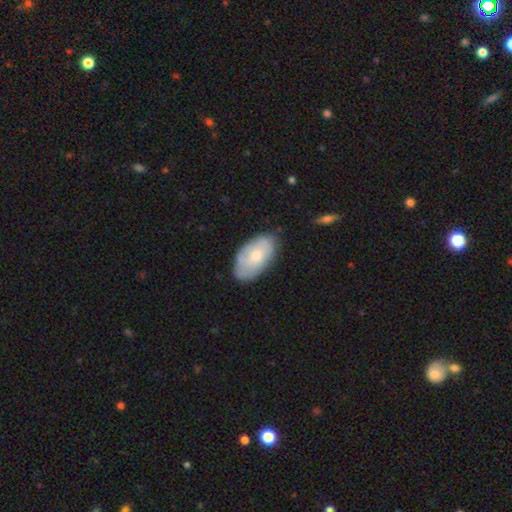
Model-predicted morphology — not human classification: Smooth or featured? smooth (58%)
How rounded? in between (94%)
Merging? none (72%)